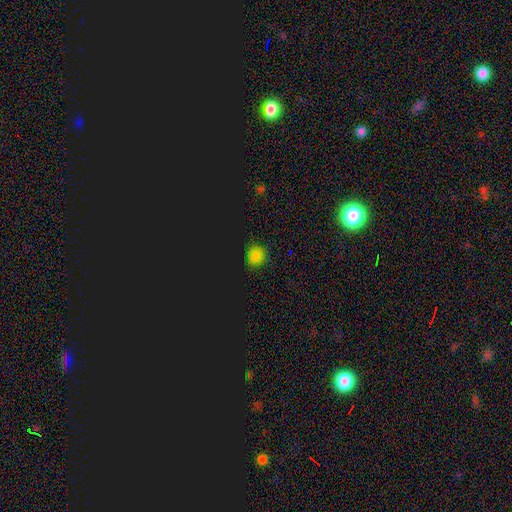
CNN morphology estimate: Overall: smooth (69%). How rounded: round (84%). Merging: none (86%).